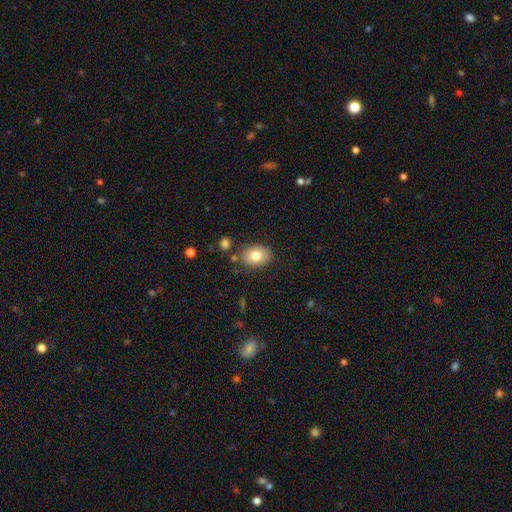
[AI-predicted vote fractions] A smooth galaxy with no disk features (79%) that is in between round and cigar-shaped (73%).

Vote fractions:
- Smooth or featured? smooth: 79% / featured or disk: 12% / star or artifact: 8%
- How rounded? in between: 73% / round: 26% / cigar-shaped: 1%
- Merging? none: 80% / minor disturbance: 13% / merger: 4% / major disturbance: 3%